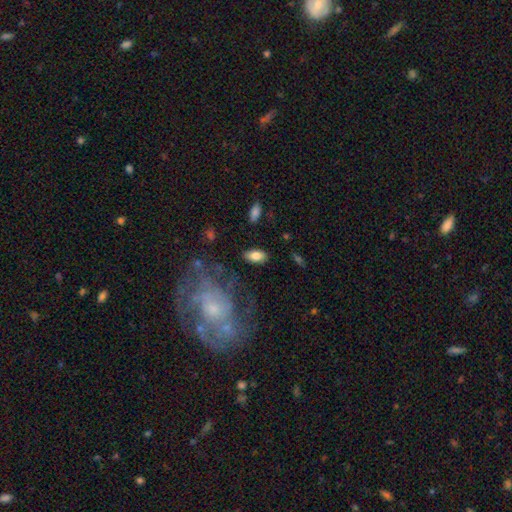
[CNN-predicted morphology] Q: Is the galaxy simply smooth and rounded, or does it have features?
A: smooth — 80%.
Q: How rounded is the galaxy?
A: in between — 92%.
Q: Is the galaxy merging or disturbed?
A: none — 83%.